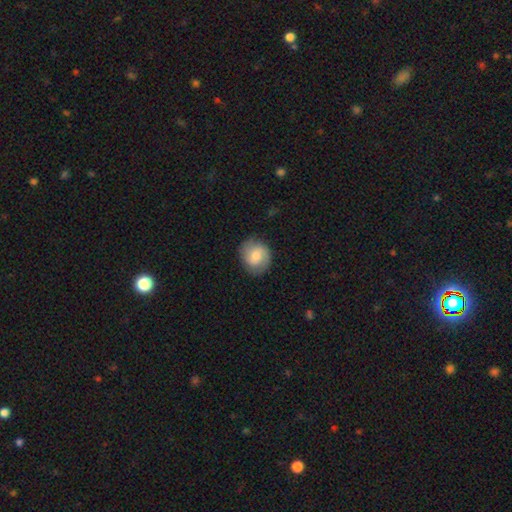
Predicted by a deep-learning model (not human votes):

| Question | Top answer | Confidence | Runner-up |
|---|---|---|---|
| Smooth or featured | smooth | 59% | featured or disk (34%) |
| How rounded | round | 74% | in between (25%) |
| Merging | none | 81% | minor disturbance (14%) |